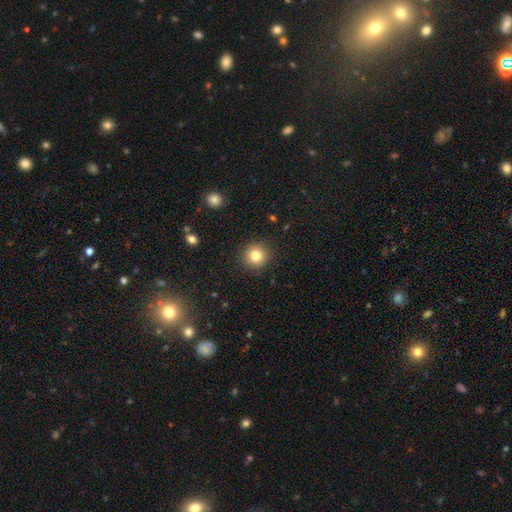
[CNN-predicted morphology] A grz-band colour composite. It shows a smooth galaxy with no disk features (81%) that is round (93%). Merging: none (91%).